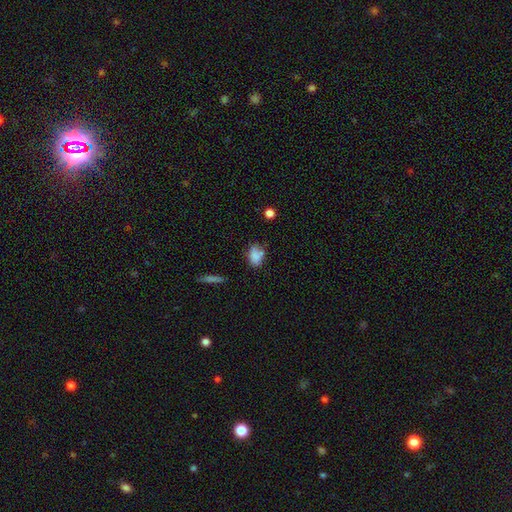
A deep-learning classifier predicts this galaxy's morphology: smooth-or-featured: smooth: 78% | featured or disk: 11% | star or artifact: 11%
  how-rounded: in between: 77% | round: 20% | cigar-shaped: 3%
  merging: none: 54% | minor disturbance: 25% | merger: 13% | major disturbance: 8%